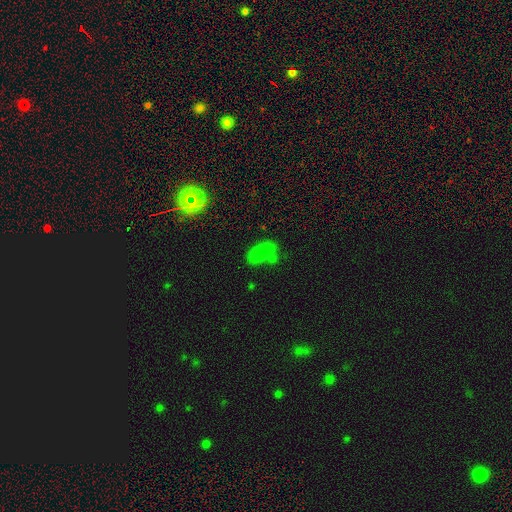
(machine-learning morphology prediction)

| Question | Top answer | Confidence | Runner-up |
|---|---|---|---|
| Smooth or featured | smooth | 70% | star or artifact (21%) |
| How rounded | in between | 84% | cigar-shaped (11%) |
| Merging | none | 58% | minor disturbance (21%) |